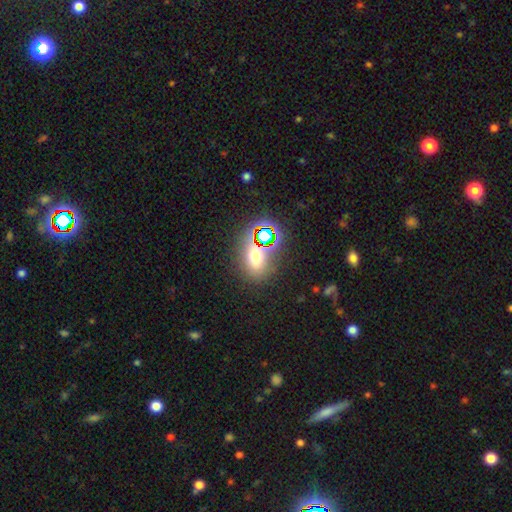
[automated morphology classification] smooth-or-featured: smooth: 51% | star or artifact: 36% | featured or disk: 13%
  how-rounded: in between: 50% | round: 48% | cigar-shaped: 2%
  merging: none: 69% | merger: 13% | minor disturbance: 12% | major disturbance: 6%